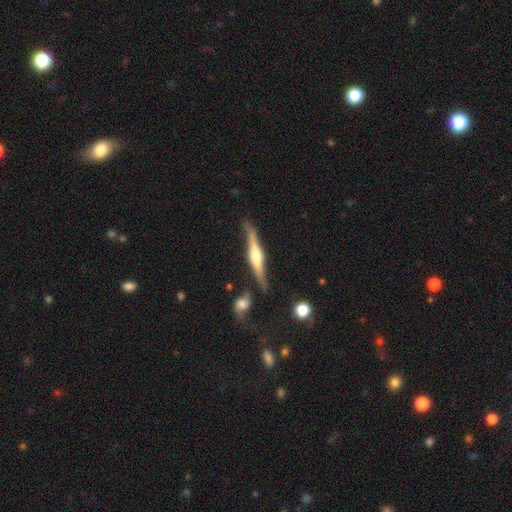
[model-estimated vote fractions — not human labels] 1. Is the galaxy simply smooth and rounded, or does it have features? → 77% featured or disk, 18% smooth, 5% star or artifact.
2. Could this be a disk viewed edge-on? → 95% yes, 5% no.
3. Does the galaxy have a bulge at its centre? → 83% rounded, 12% boxy, 5% none.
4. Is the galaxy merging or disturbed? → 71% none, 16% minor disturbance, 8% merger, 5% major disturbance.